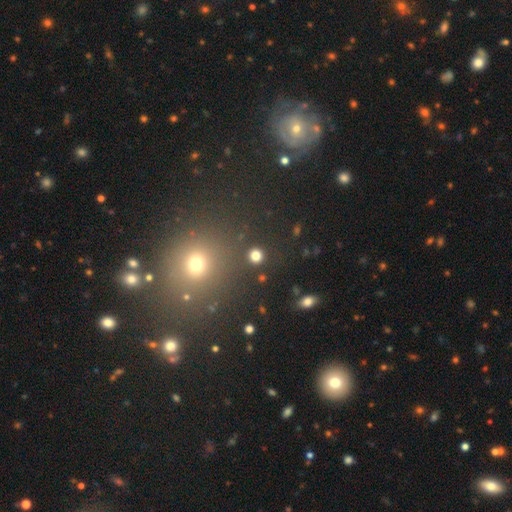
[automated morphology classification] Q: Smooth or featured?
A: smooth (81%); runner-up: star or artifact (15%)
Q: How rounded?
A: round (91%); runner-up: in between (8%)
Q: Merging?
A: none (90%); runner-up: minor disturbance (5%)